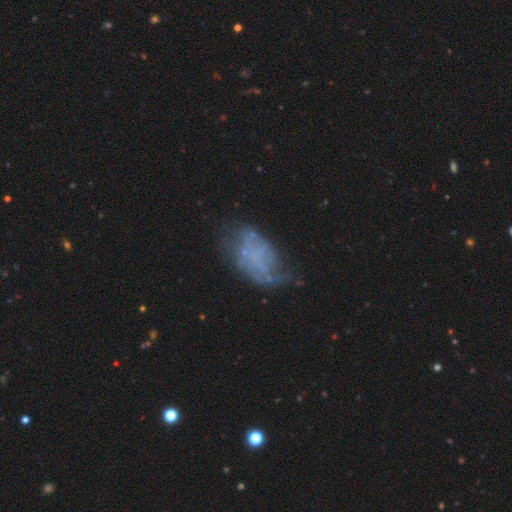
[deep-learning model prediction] A featured or disk galaxy (50%).

Vote fractions:
- Smooth or featured? featured or disk: 50% / smooth: 34% / star or artifact: 16%
- Merging? none: 38% / major disturbance: 31% / minor disturbance: 27% / merger: 4%